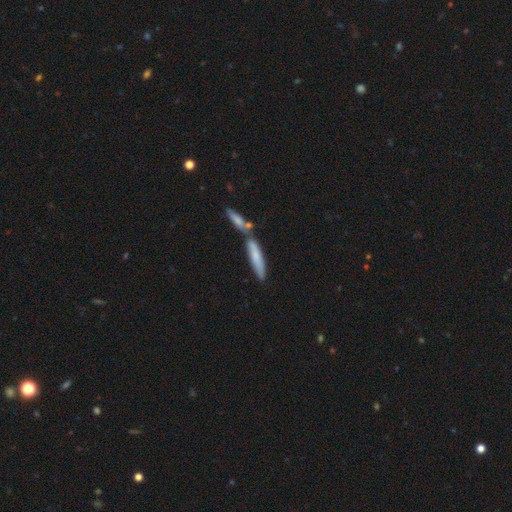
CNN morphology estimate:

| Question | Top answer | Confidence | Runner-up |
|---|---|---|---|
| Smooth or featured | smooth | 69% | featured or disk (25%) |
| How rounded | cigar-shaped | 83% | in between (16%) |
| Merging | none | 47% | merger (37%) |